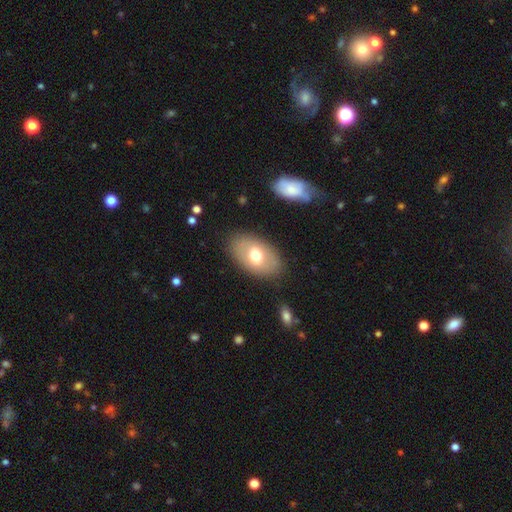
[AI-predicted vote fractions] Q: Smooth or featured?
A: smooth (63%); runner-up: featured or disk (30%)
Q: How rounded?
A: in between (89%); runner-up: round (10%)
Q: Merging?
A: none (83%); runner-up: minor disturbance (12%)